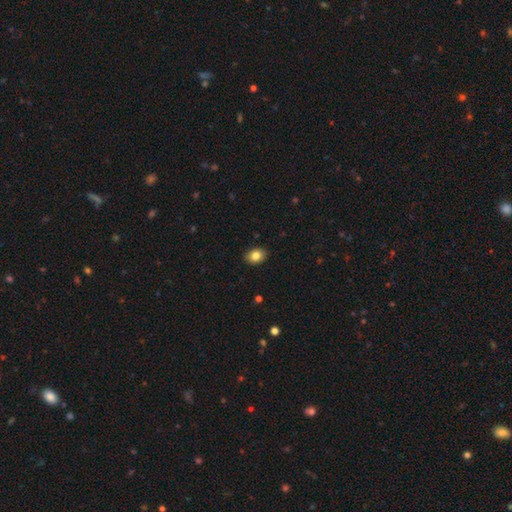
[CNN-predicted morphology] Smooth or featured? smooth (83%)
How rounded? in between (66%)
Merging? none (89%)